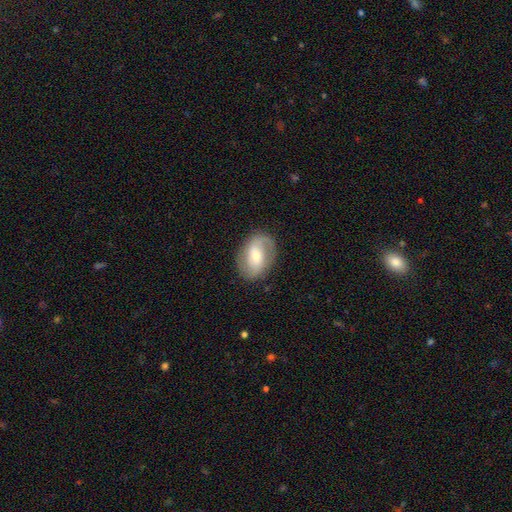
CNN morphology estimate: This appears to be a featured or disk galaxy (59%) with a weak bar (40%), spiral arms (77%) and a moderate central bulge (47%). Merging: none (79%).